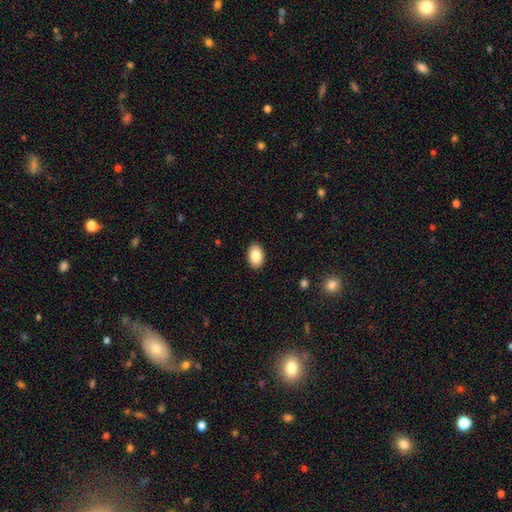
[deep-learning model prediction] This is clearly a smooth galaxy (86%). How rounded: clearly in between (88%). Merging: clearly none (89%).